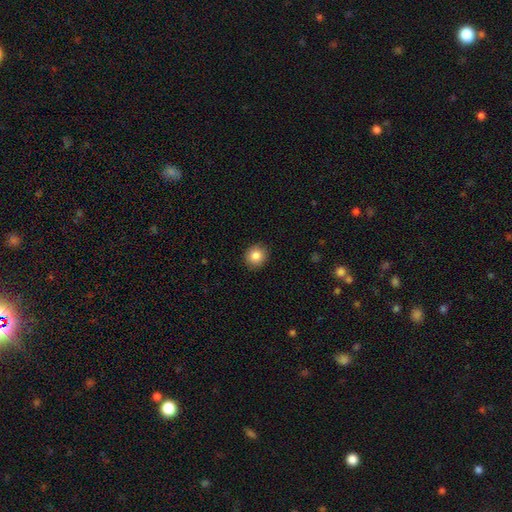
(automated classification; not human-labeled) This appears to be a smooth galaxy with no disk features (85%) that is round (83%). Merging: none (91%).